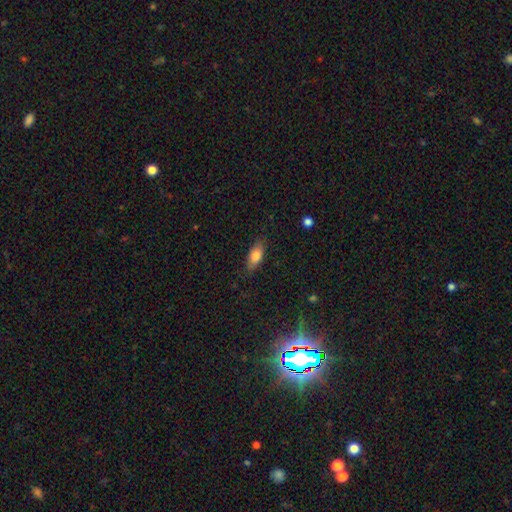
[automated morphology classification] This is likely a smooth galaxy (79%). How rounded: clearly in between (81%). Merging: clearly none (81%).